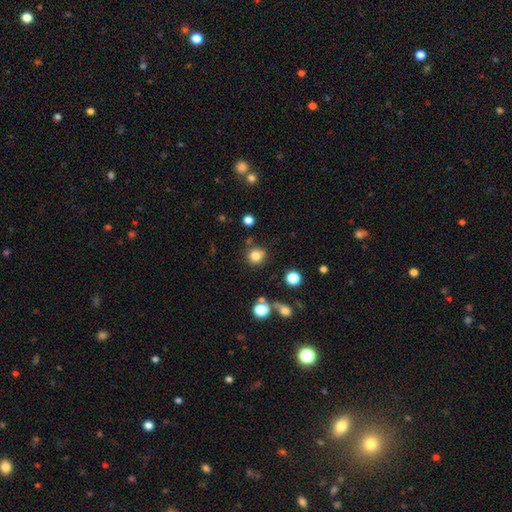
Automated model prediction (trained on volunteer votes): smooth 82%, star or artifact 13%, featured or disk 6%. Down the decision tree: how rounded — round (90%); merging — none (80%).